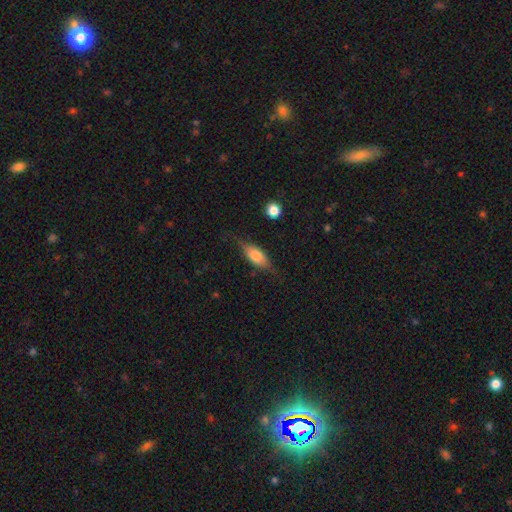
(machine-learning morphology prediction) smooth_or_featured: smooth (p=0.65) [alt: featured or disk p=0.28]
how_rounded: in between (p=0.76) [alt: cigar-shaped p=0.20]
merging: none (p=0.67) [alt: minor disturbance p=0.24]